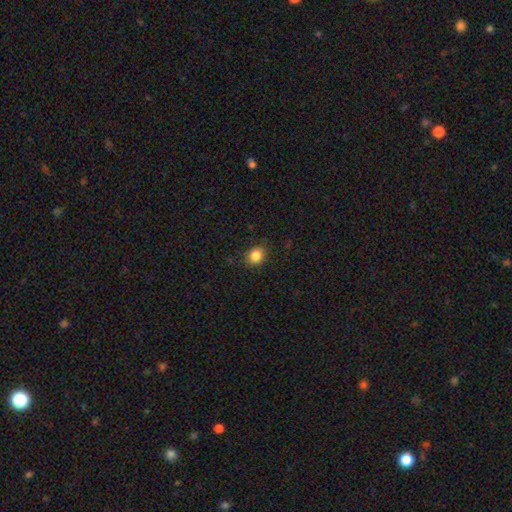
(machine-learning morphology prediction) smooth_or_featured: smooth (p=0.85) [alt: star or artifact p=0.11]
how_rounded: round (p=0.71) [alt: in between p=0.28]
merging: none (p=0.87) [alt: minor disturbance p=0.09]